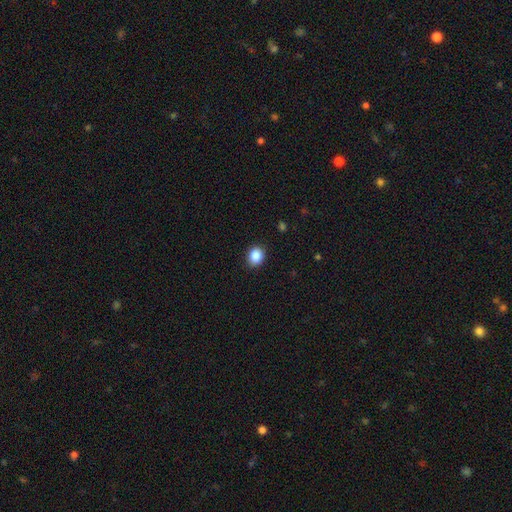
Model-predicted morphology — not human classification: Smooth or featured? smooth (87%)
How rounded? round (58%)
Merging? none (89%)